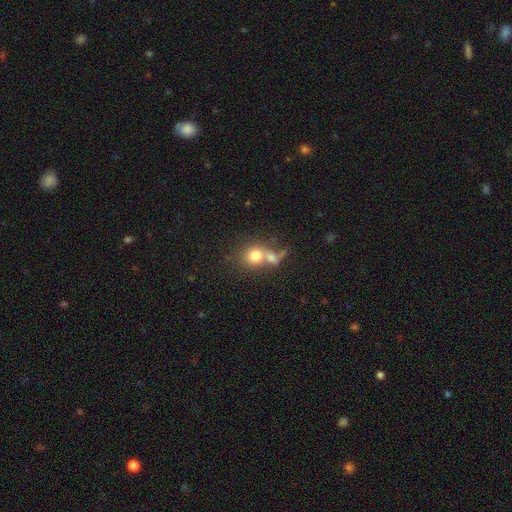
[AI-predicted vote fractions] Smooth or featured? Predicted: smooth (p=0.76). How rounded? Predicted: round (p=0.79). Merging? Predicted: merger (p=0.51).